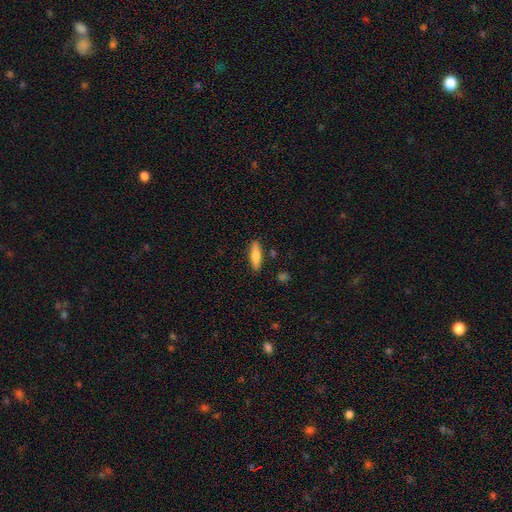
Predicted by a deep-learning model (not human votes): A smooth galaxy with no disk features (72%) that is cigar-shaped (61%).

Vote fractions:
- Smooth or featured? smooth: 72% / featured or disk: 21% / star or artifact: 6%
- How rounded? cigar-shaped: 61% / in between: 37% / round: 2%
- Merging? none: 86% / minor disturbance: 10% / merger: 2% / major disturbance: 2%